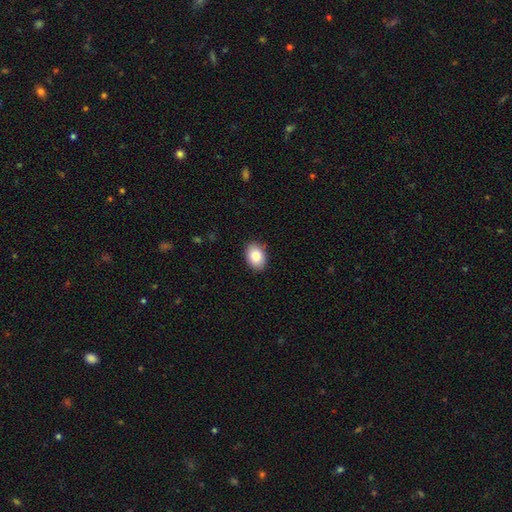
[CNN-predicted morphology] This appears to be a smooth galaxy with no disk features (84%) that is in between round and cigar-shaped (80%). Merging: none (88%).